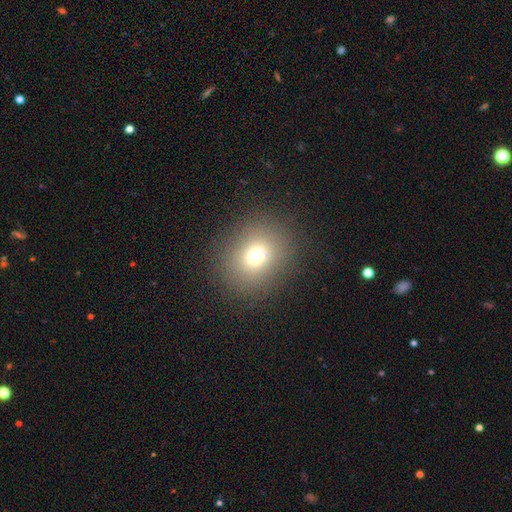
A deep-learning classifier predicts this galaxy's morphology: Smooth or featured?
  - smooth: 70% *
  - star or artifact: 19%
  - featured or disk: 11%
How rounded?
  - round: 78% *
  - in between: 21%
  - cigar-shaped: 1%
Merging?
  - none: 86% *
  - minor disturbance: 8%
  - major disturbance: 5%
  - merger: 1%